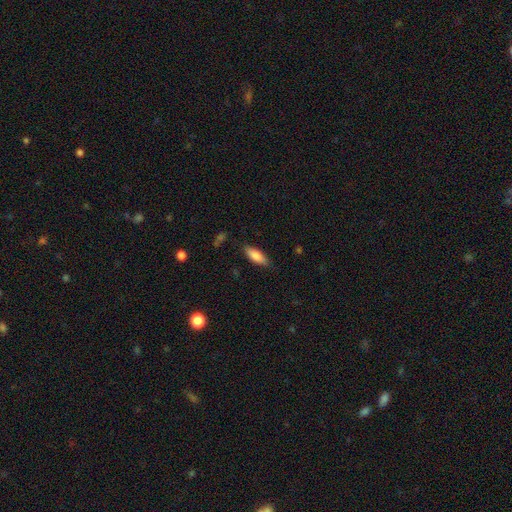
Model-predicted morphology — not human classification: A smooth galaxy with no disk features (82%) that is in between round and cigar-shaped (69%).

Vote fractions:
- Smooth or featured? smooth: 82% / featured or disk: 12% / star or artifact: 6%
- How rounded? in between: 69% / cigar-shaped: 29% / round: 2%
- Merging? none: 82% / minor disturbance: 13% / major disturbance: 3% / merger: 1%